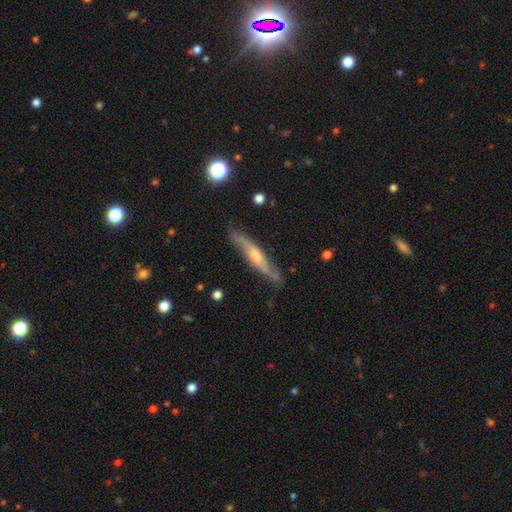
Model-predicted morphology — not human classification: type=featured or disk (67%); edge-on=yes (77%); edge-on bulge=rounded (65%); merging=none (81%).